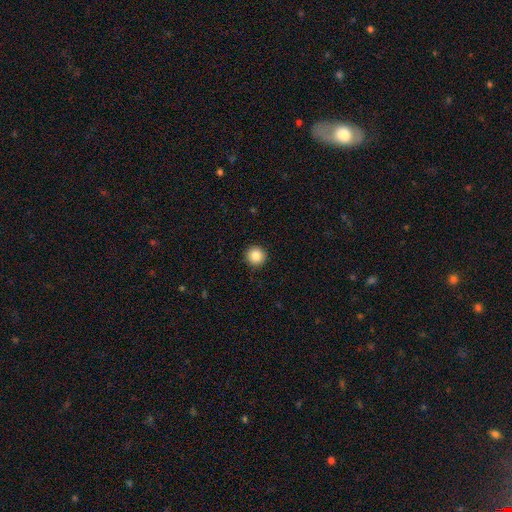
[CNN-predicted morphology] smooth_or_featured: smooth (p=0.86) [alt: star or artifact p=0.10]
how_rounded: round (p=0.96) [alt: in between p=0.03]
merging: none (p=0.93) [alt: minor disturbance p=0.05]